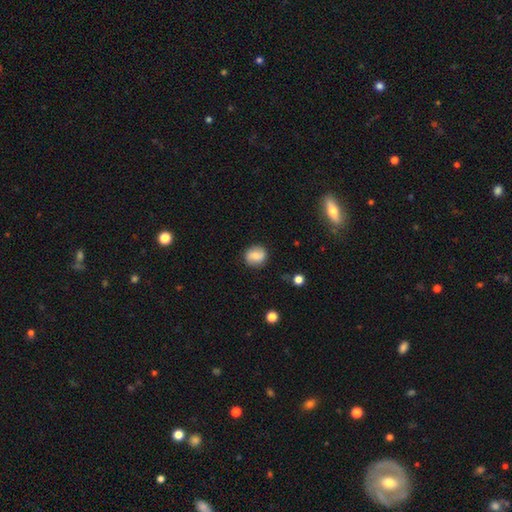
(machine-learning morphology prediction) A smooth galaxy with no disk features (70%) that is round (78%).

Vote fractions:
- Smooth or featured? smooth: 70% / featured or disk: 22% / star or artifact: 9%
- How rounded? round: 78% / in between: 20% / cigar-shaped: 1%
- Merging? none: 84% / minor disturbance: 11% / major disturbance: 3% / merger: 1%